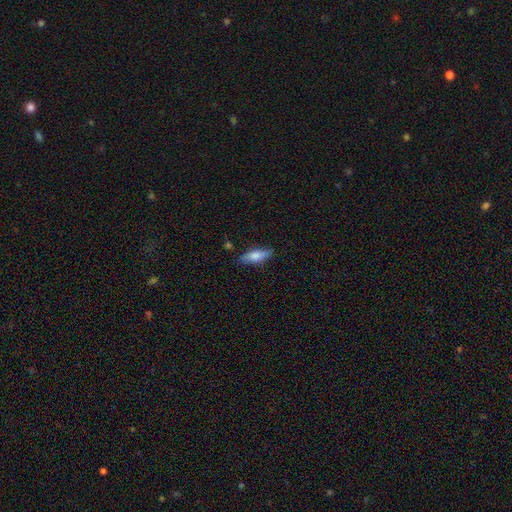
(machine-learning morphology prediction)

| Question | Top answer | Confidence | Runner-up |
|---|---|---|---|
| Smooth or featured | smooth | 72% | featured or disk (21%) |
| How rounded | in between | 57% | cigar-shaped (41%) |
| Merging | none | 81% | minor disturbance (14%) |